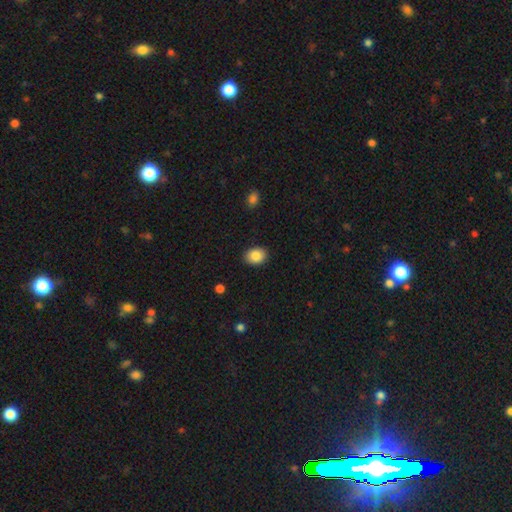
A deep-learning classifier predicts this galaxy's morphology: A smooth galaxy with no disk features (87%) that is in between round and cigar-shaped (68%). Merging: none (89%).